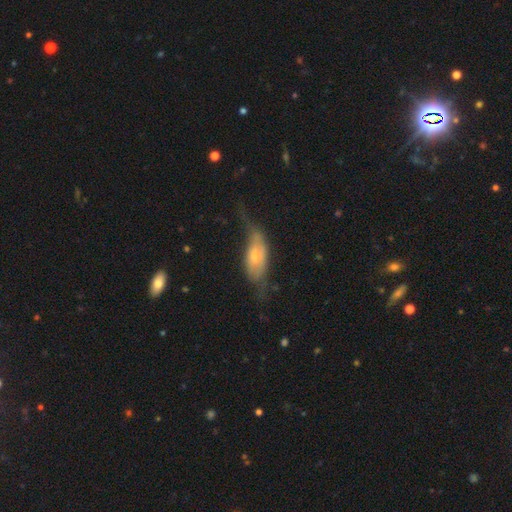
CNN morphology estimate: Smooth or featured? smooth (48%)
Merging? major disturbance (33%, tied with none)